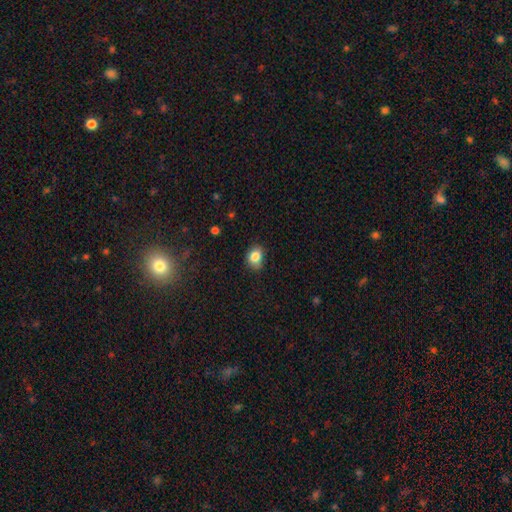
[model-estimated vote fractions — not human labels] Smooth or featured: smooth — 84% (star or artifact — 10%)
How rounded: in between — 54% (round — 45%)
Merging: none — 74% (minor disturbance — 21%)